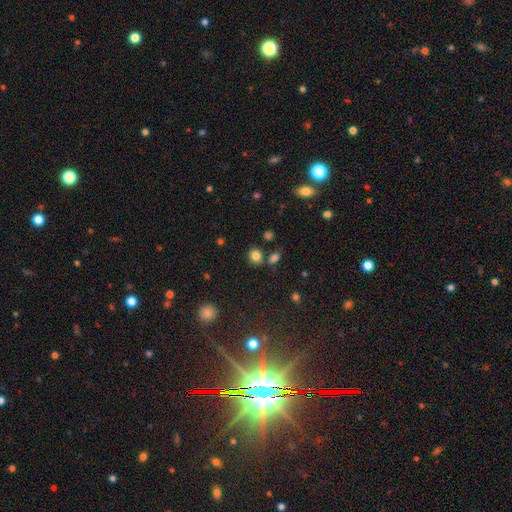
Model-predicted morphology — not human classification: smooth_or_featured: smooth (p=0.82) [alt: star or artifact p=0.13]
how_rounded: round (p=0.69) [alt: in between p=0.30]
merging: none (p=0.75) [alt: merger p=0.12]